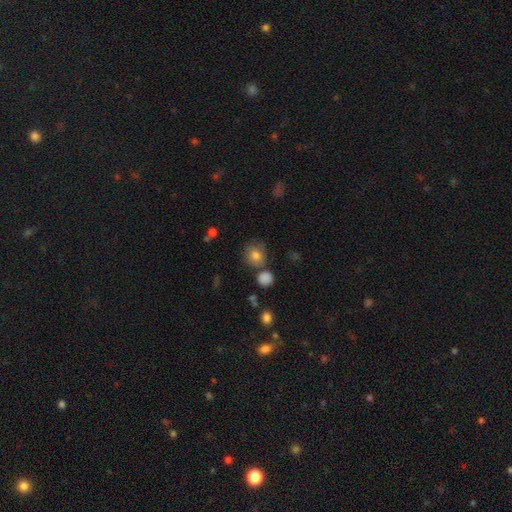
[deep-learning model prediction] This appears to be a smooth galaxy with no disk features (79%) that is round (83%). Merging: none (69%).